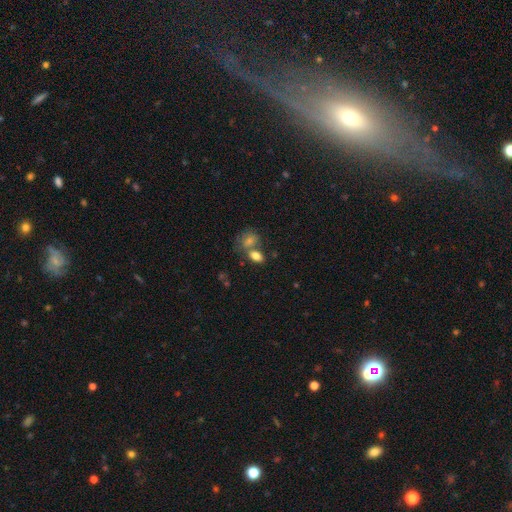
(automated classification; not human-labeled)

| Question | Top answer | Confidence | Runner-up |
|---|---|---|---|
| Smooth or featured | smooth | 80% | featured or disk (10%) |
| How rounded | in between | 83% | round (15%) |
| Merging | none | 44% | merger (40%) |